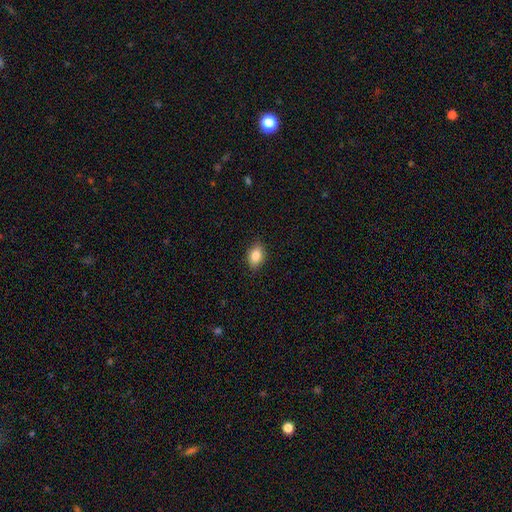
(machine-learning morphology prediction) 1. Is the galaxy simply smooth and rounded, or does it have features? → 85% smooth, 8% star or artifact, 7% featured or disk.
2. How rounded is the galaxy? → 83% in between, 15% round, 2% cigar-shaped.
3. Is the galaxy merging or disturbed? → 86% none, 11% minor disturbance, 2% major disturbance, 1% merger.